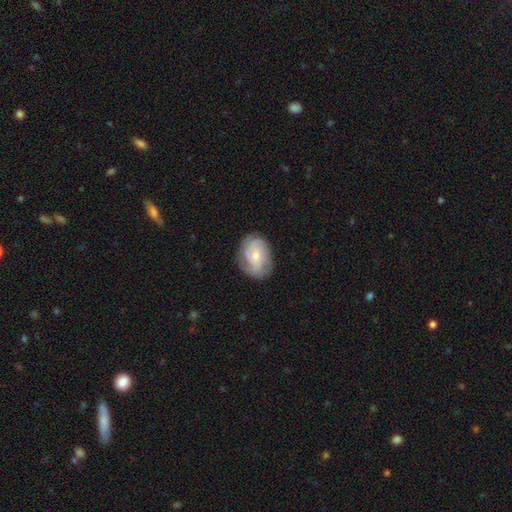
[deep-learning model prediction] Q: Smooth or featured?
A: featured or disk (58%); runner-up: smooth (35%)
Q: Edge-on disk?
A: no (96%); runner-up: yes (4%)
Q: Bar?
A: no (63%); runner-up: weak (30%)
Q: Spiral arms?
A: yes (82%); runner-up: no (18%)
Q: Bulge size?
A: small (49%); runner-up: moderate (47%)
Q: Merging?
A: none (74%); runner-up: minor disturbance (19%)